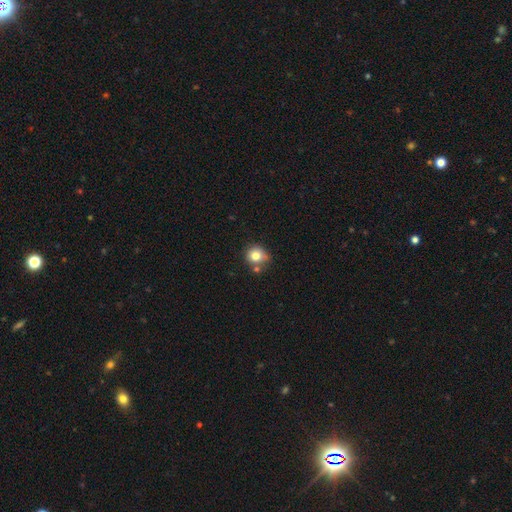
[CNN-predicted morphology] Smooth or featured: smooth — 79% (star or artifact — 11%)
How rounded: round — 85% (in between — 14%)
Merging: none — 59% (minor disturbance — 20%)